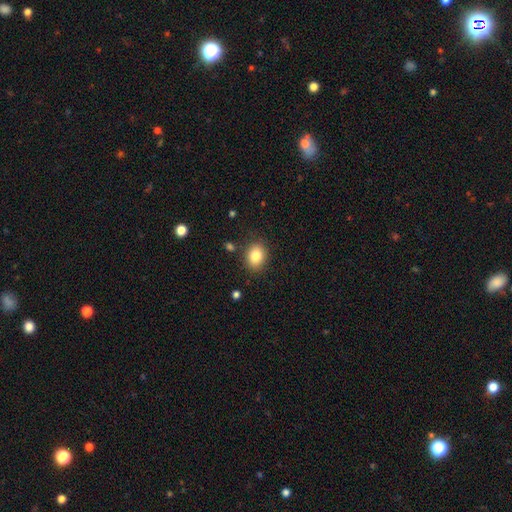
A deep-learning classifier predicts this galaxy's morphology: A smooth galaxy with no disk features (84%) that is in between round and cigar-shaped (56%).

Vote fractions:
- Smooth or featured? smooth: 84% / star or artifact: 9% / featured or disk: 7%
- How rounded? in between: 56% / round: 43% / cigar-shaped: 1%
- Merging? none: 86% / minor disturbance: 9% / major disturbance: 3% / merger: 2%